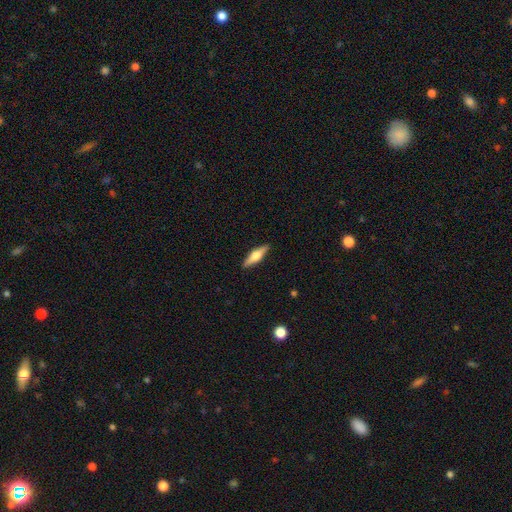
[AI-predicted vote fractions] Morphology: type=featured or disk (56%); edge-on=yes (96%); edge-on bulge=rounded (90%); merging=none (90%).